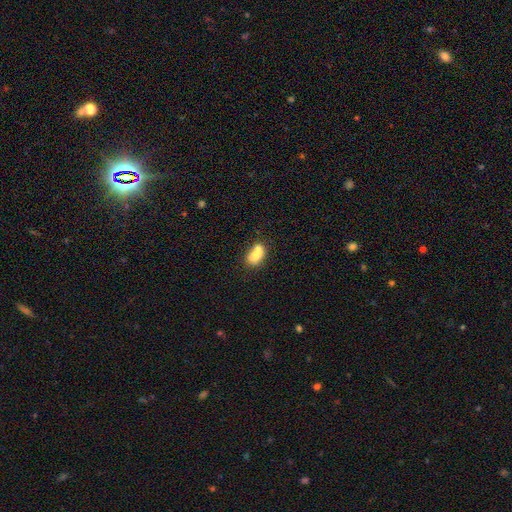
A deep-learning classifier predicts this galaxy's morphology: Smooth or featured? Predicted: smooth (p=0.69). How rounded? Predicted: in between (p=0.62). Merging? Predicted: merger (p=0.66).